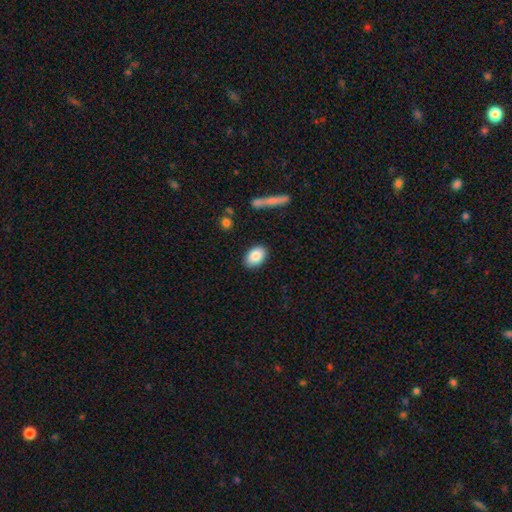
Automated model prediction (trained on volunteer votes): smooth 86%, featured or disk 8%, star or artifact 7%. Down the decision tree: how rounded — in between (86%); merging — none (88%).